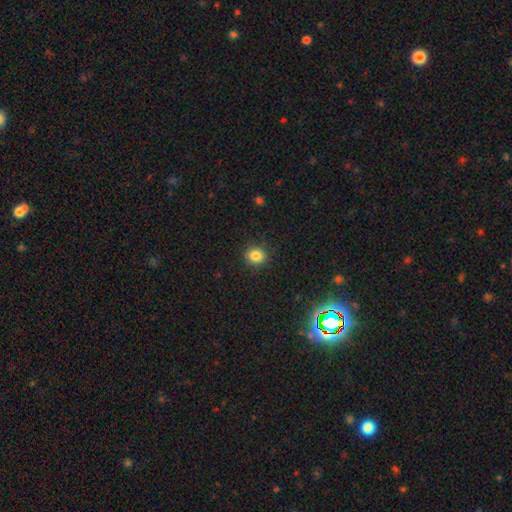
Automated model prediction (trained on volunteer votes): This appears to be a smooth galaxy with no disk features (84%) that is round (78%). Merging: none (89%).